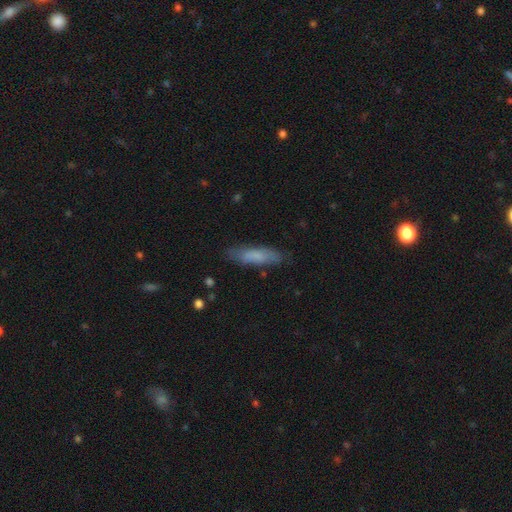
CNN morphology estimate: Overall: smooth (76%). How rounded: cigar-shaped (64%; in between 35%). Merging: none (79%).